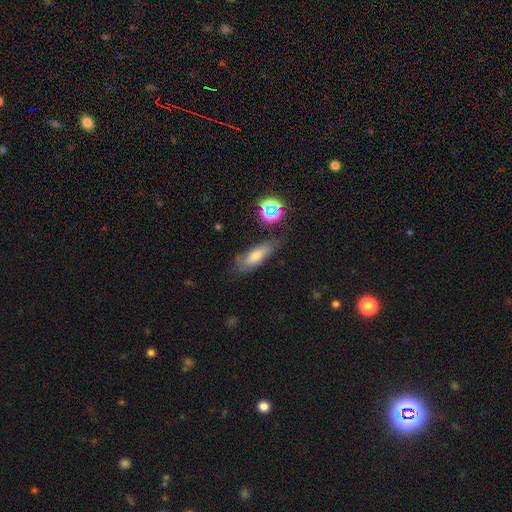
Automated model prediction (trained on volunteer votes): Smooth or featured? smooth (66%)
How rounded? in between (57%)
Merging? none (67%)